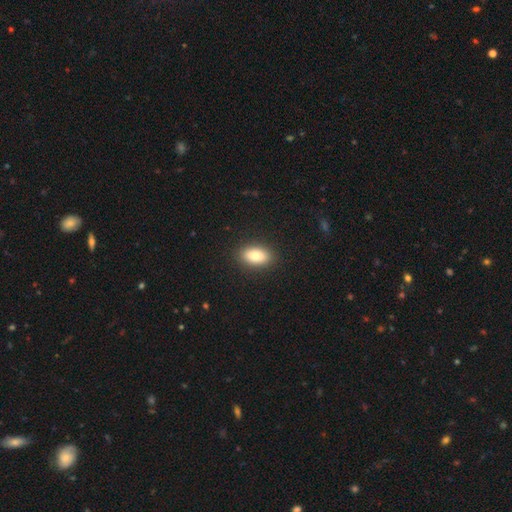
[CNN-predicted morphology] smooth_or_featured: smooth (p=0.81) [alt: featured or disk p=0.11]
how_rounded: in between (p=0.90) [alt: round p=0.08]
merging: none (p=0.90) [alt: minor disturbance p=0.07]